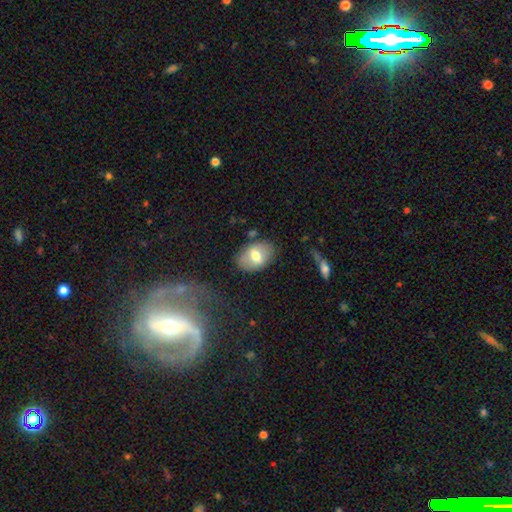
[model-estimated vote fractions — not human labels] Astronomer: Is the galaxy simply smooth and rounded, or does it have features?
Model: smooth — 60%.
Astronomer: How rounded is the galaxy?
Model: in between — 81%.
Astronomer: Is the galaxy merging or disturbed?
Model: none — 79%.